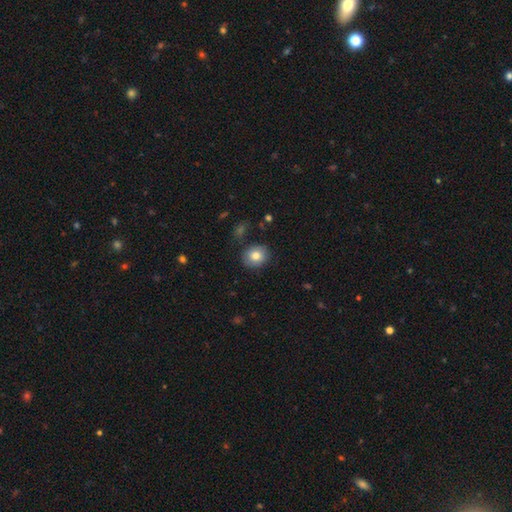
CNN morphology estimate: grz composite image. It shows a smooth galaxy with no disk features (81%) that is round (70%). Merging: none (84%).